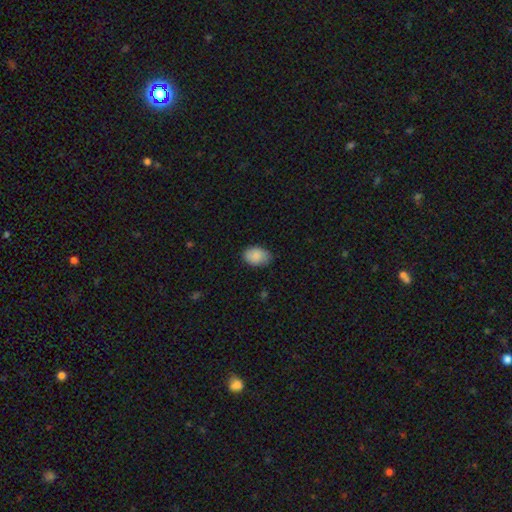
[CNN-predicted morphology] Smooth or featured? Predicted: smooth (p=0.88). How rounded? Predicted: in between (p=0.78). Merging? Predicted: none (p=0.73).